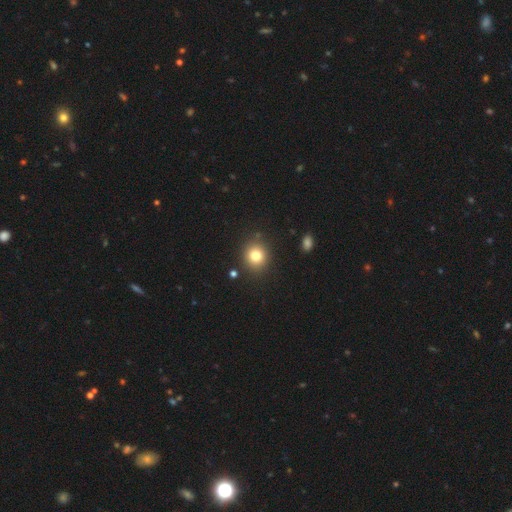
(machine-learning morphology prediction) Q: Smooth or featured?
A: smooth (79%); runner-up: star or artifact (12%)
Q: How rounded?
A: round (81%); runner-up: in between (18%)
Q: Merging?
A: none (87%); runner-up: minor disturbance (8%)